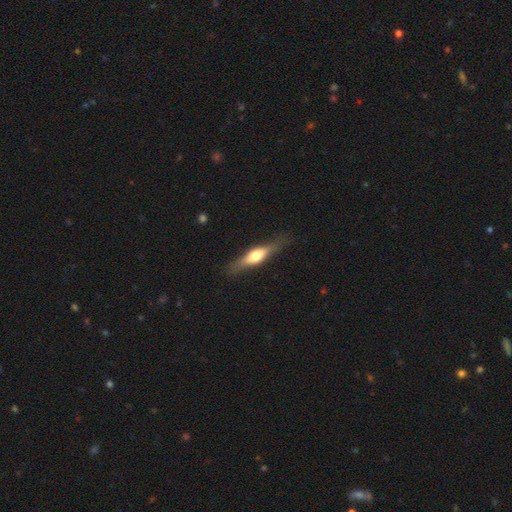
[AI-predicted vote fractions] This appears to be a featured or disk galaxy (59%) viewed edge-on (92%) with a rounded central bulge (88%). Merging: none (80%).